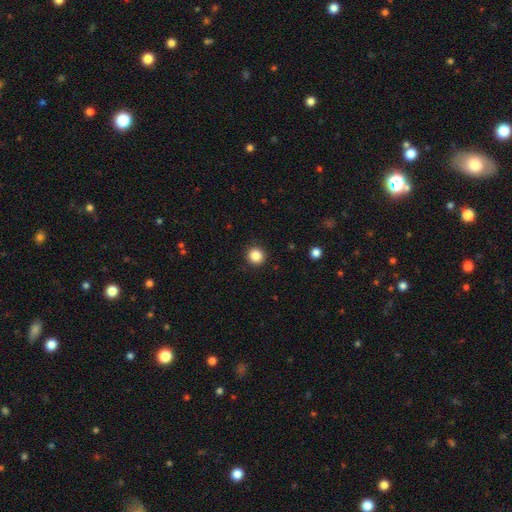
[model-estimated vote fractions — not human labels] Morphology: type=smooth (86%); roundness=round (93%); merging=none (92%).